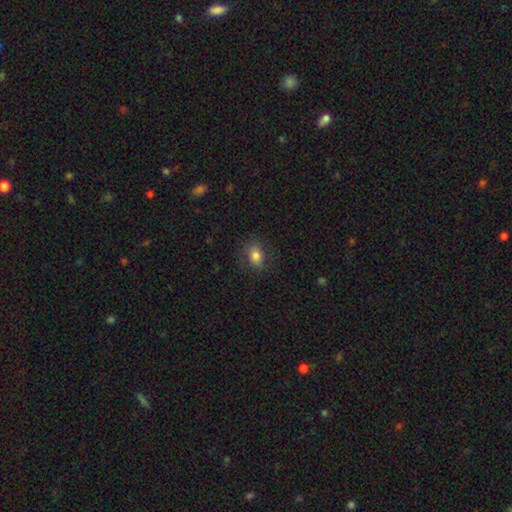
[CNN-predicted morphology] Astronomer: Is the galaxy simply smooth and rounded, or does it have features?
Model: smooth — 81%.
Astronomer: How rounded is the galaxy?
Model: in between — 72%.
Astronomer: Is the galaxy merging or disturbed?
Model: none — 81%.